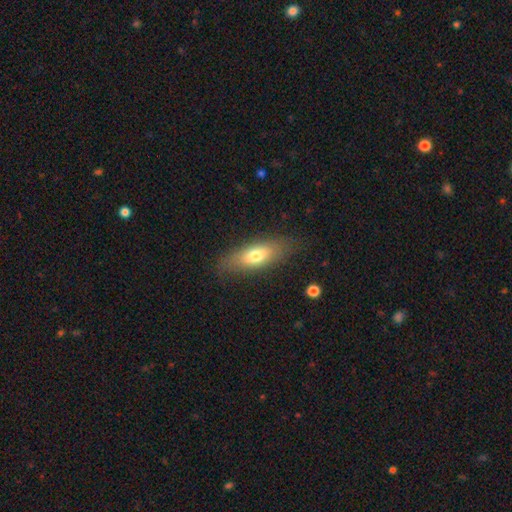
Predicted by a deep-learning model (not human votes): This is likely a smooth galaxy (68%). How rounded: likely in between (65%). Merging: likely none (79%).